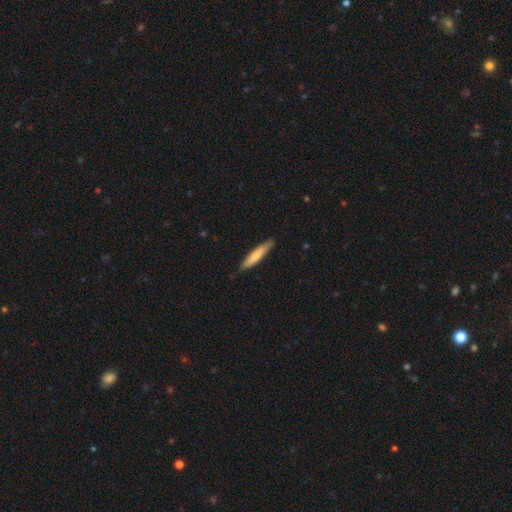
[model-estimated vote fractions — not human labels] This appears to be a smooth galaxy with no disk features (67%) that is cigar-shaped (90%). Merging: none (86%).